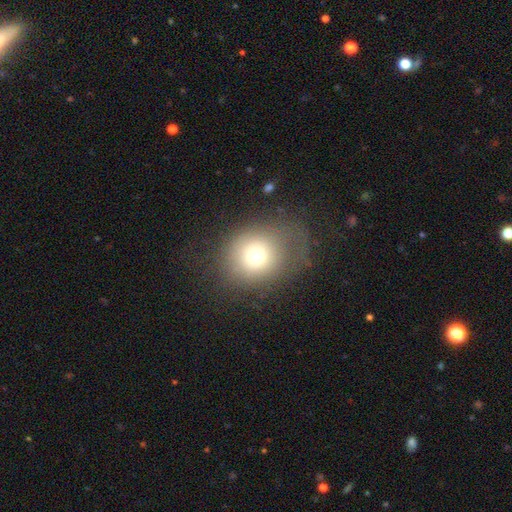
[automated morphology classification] smooth 70%, featured or disk 17%, star or artifact 13%. Down the decision tree: how rounded — round (71%); merging — none (56%).